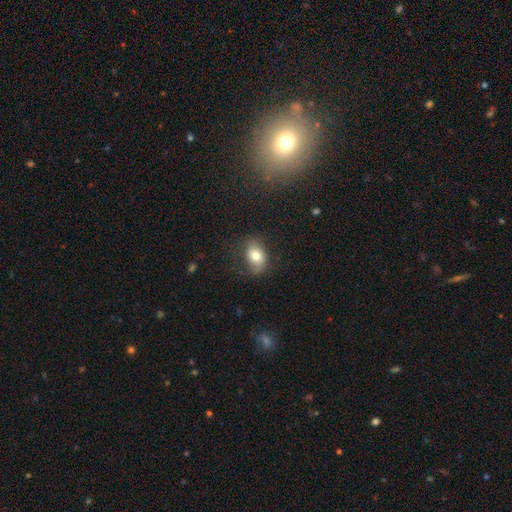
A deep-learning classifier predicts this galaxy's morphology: This is likely a smooth galaxy (69%). How rounded: likely in between (78%). Merging: likely none (61%).